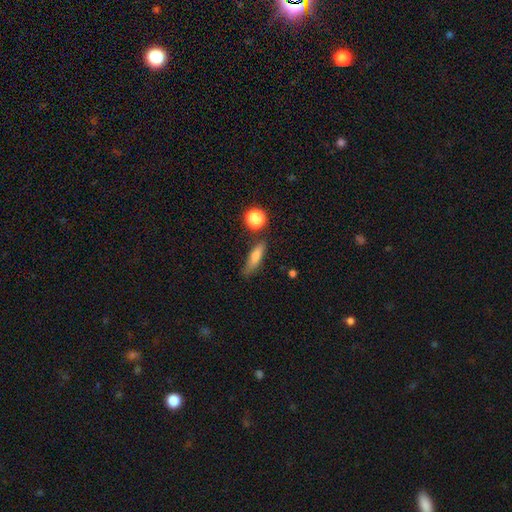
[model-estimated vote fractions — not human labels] Smooth or featured? Predicted: smooth (p=0.72). How rounded? Predicted: cigar-shaped (p=0.59). Merging? Predicted: none (p=0.68).